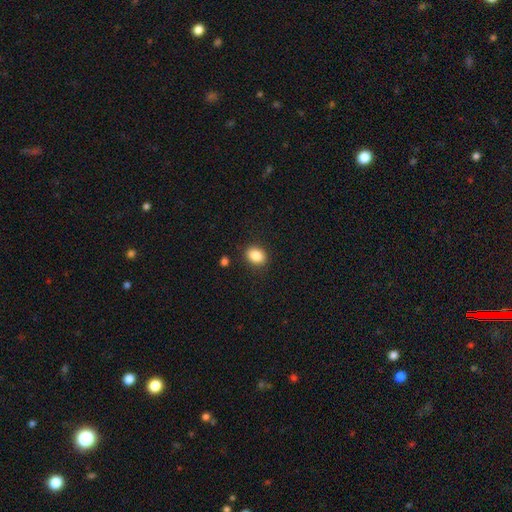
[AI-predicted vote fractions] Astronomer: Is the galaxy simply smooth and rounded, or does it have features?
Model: smooth — 87%.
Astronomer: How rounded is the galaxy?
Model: in between — 66%.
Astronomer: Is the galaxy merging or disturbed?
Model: none — 87%.